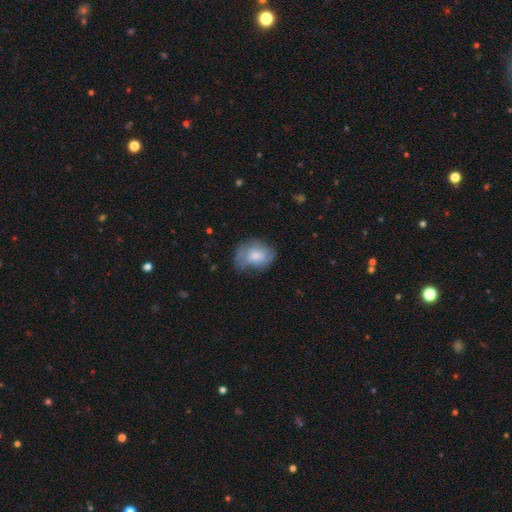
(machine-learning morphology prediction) Overall: smooth (62%; featured or disk 31%). How rounded: in between (63%; round 36%). Merging: none (45%; minor disturbance 33%).